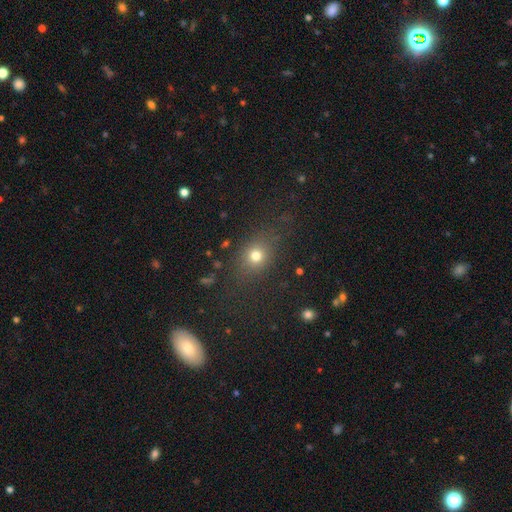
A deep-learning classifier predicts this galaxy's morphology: Q: Smooth or featured?
A: smooth (71%); runner-up: star or artifact (18%)
Q: How rounded?
A: round (57%); runner-up: in between (40%)
Q: Merging?
A: none (76%); runner-up: minor disturbance (13%)